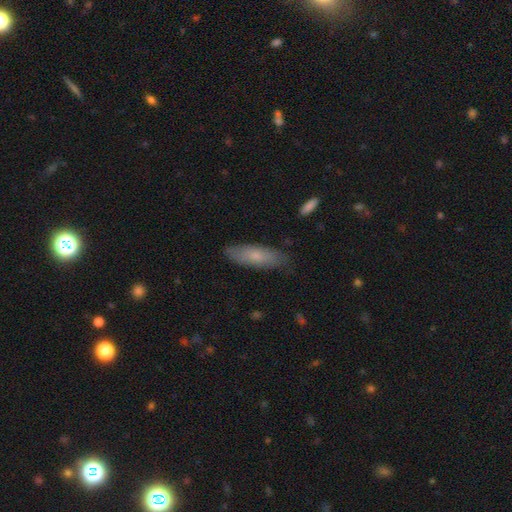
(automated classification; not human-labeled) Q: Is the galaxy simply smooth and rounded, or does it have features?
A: smooth — 68%.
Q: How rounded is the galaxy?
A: in between — 50%.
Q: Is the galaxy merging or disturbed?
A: none — 80%.